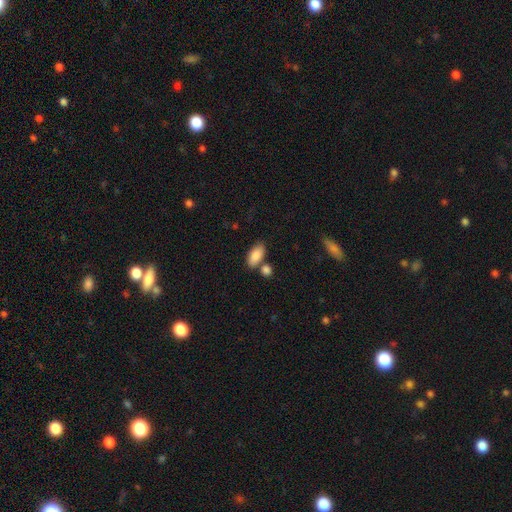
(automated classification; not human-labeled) Q: Smooth or featured?
A: smooth (87%); runner-up: featured or disk (7%)
Q: How rounded?
A: in between (93%); runner-up: cigar-shaped (4%)
Q: Merging?
A: none (64%); runner-up: merger (20%)